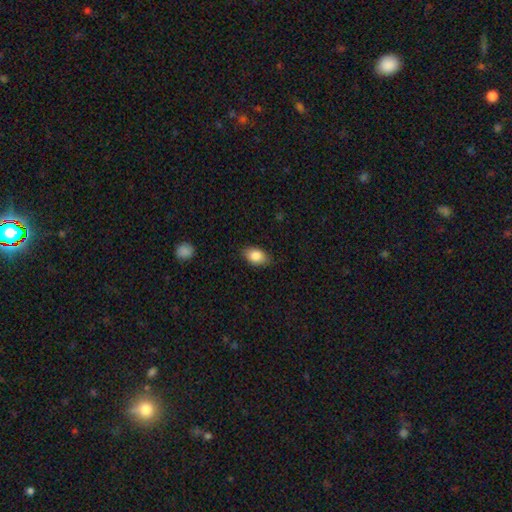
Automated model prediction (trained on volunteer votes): smooth_or_featured: smooth (p=0.86) [alt: star or artifact p=0.07]
how_rounded: in between (p=0.87) [alt: round p=0.12]
merging: none (p=0.83) [alt: minor disturbance p=0.13]